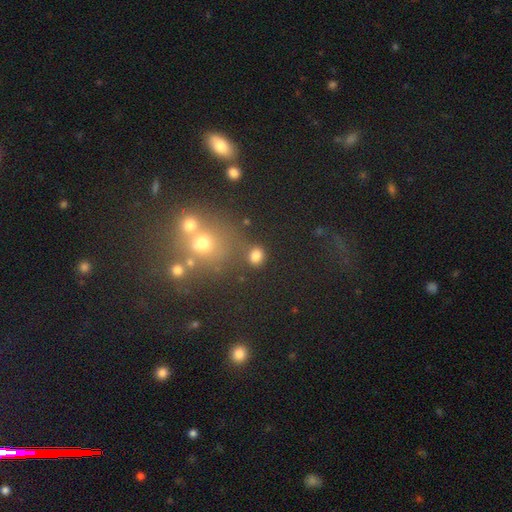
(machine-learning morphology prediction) Smooth or featured?
  - smooth: 79% *
  - star or artifact: 15%
  - featured or disk: 6%
How rounded?
  - round: 65% *
  - in between: 34%
  - cigar-shaped: 1%
Merging?
  - none: 78% *
  - minor disturbance: 10%
  - merger: 8%
  - major disturbance: 4%